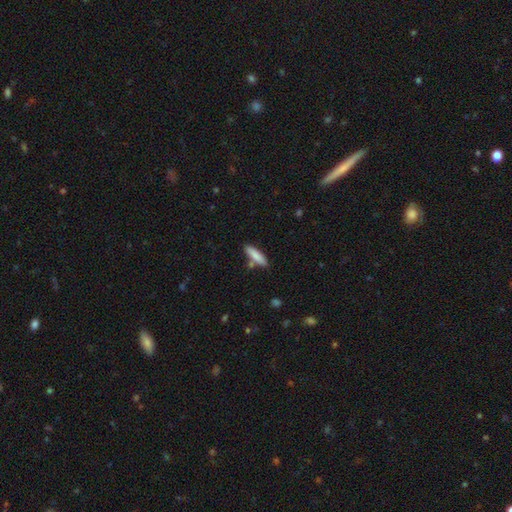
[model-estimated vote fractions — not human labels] smooth 84%, featured or disk 10%, star or artifact 6%. Down the decision tree: how rounded — cigar-shaped (68%); merging — none (79%).